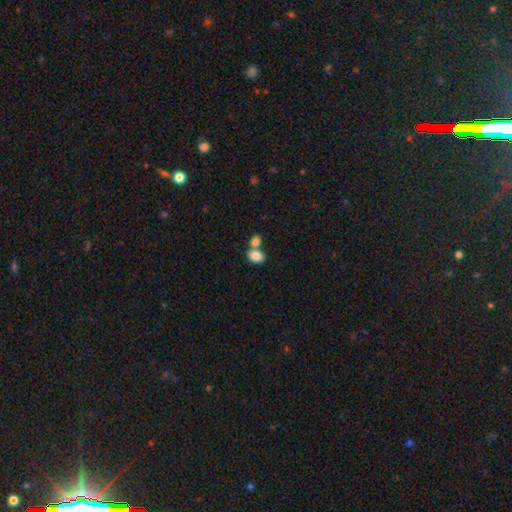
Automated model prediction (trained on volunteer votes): Smooth or featured? smooth (85%)
How rounded? in between (76%)
Merging? merger (48%)